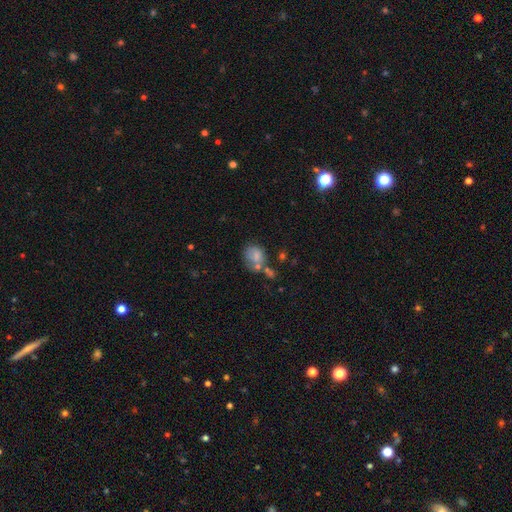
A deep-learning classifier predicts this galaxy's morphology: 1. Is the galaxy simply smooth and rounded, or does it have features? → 73% smooth, 16% featured or disk, 11% star or artifact.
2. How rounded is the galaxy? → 58% round, 41% in between, 1% cigar-shaped.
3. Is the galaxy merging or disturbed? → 42% none, 24% merger, 21% minor disturbance, 13% major disturbance.